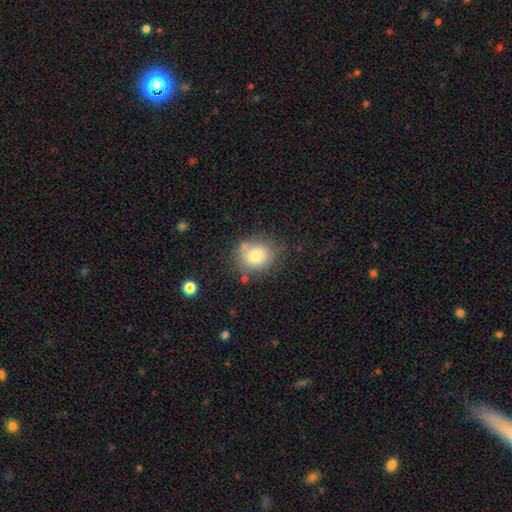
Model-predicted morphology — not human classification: The model was most divided on "how rounded": round: 74%, in between: 25%, cigar-shaped: 1%. More confident: smooth or featured — smooth (77%); merging — none (70%).